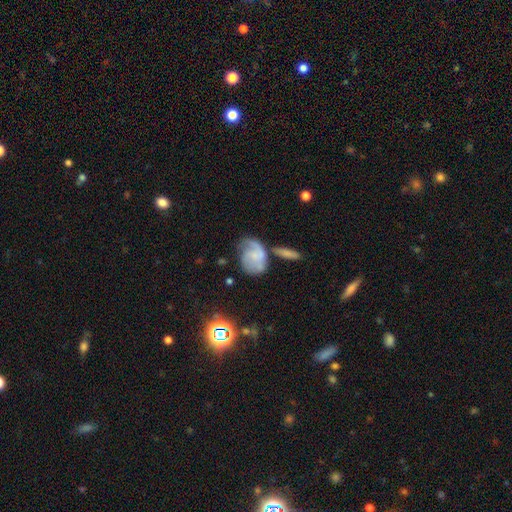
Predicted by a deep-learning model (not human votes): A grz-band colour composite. It shows a featured or disk galaxy (55%) with no bar (66%), spiral arms (79%) and a small central bulge (48%). Merging: none (39%).